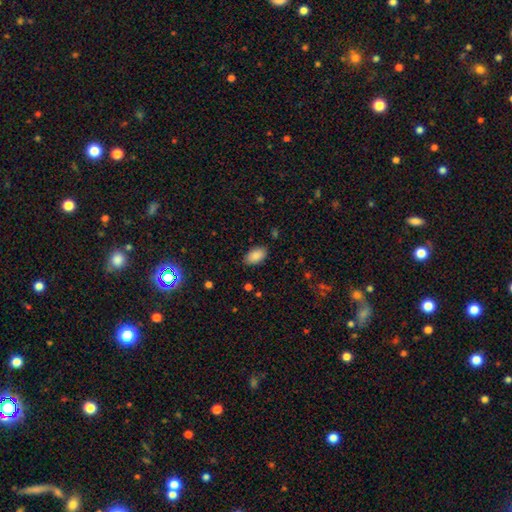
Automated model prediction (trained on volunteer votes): Smooth or featured? Predicted: smooth (p=0.88). How rounded? Predicted: in between (p=0.94). Merging? Predicted: none (p=0.84).